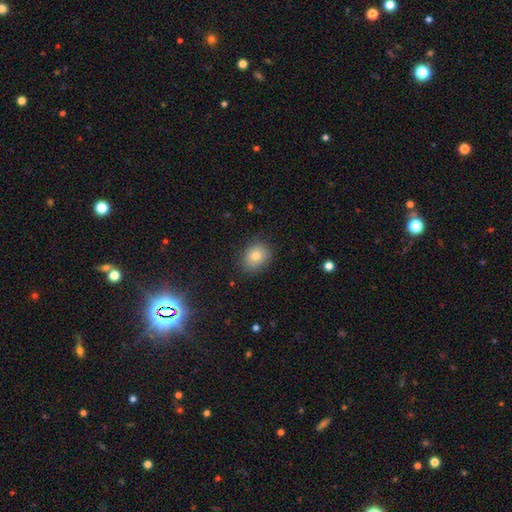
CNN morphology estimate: Smooth or featured? Predicted: smooth (p=0.78). How rounded? Predicted: round (p=0.52). Merging? Predicted: none (p=0.84).